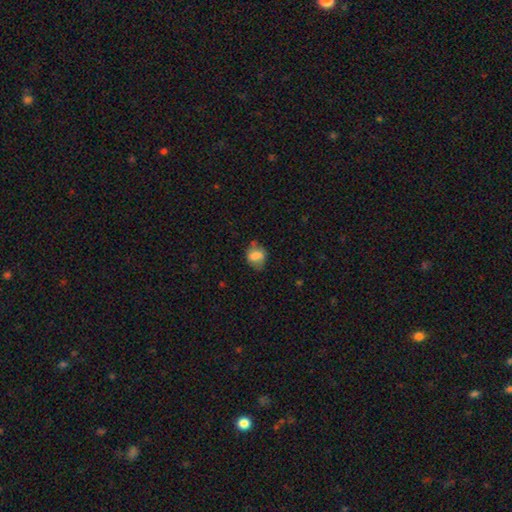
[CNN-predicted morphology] smooth-or-featured: smooth: 69% | featured or disk: 23% | star or artifact: 9%
  how-rounded: in between: 59% | round: 39% | cigar-shaped: 2%
  merging: none: 58% | minor disturbance: 28% | major disturbance: 11% | merger: 3%